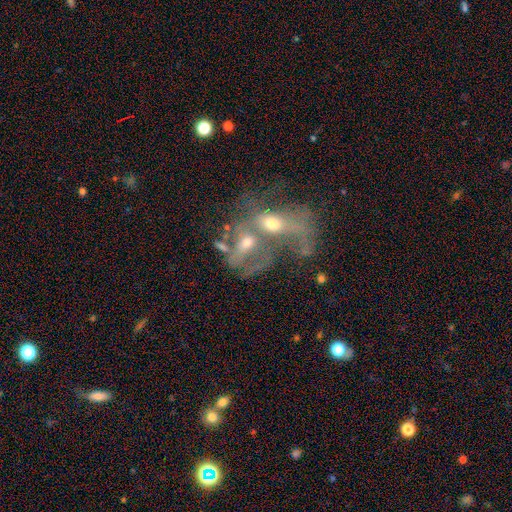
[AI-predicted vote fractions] The model was most divided on "spiral arms": no: 52%, yes: 48%. More confident: edge-on disk — no (94%); merging — merger (72%); bar — no (67%); smooth or featured — featured or disk (63%); bulge size — moderate (59%).